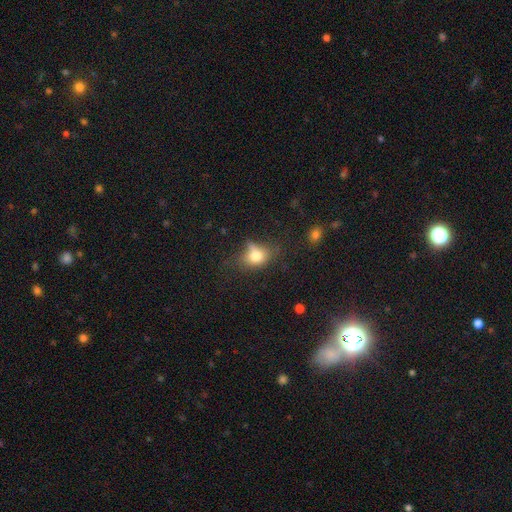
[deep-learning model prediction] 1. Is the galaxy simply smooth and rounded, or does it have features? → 74% smooth, 14% featured or disk, 12% star or artifact.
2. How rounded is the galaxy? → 61% in between, 37% round, 2% cigar-shaped.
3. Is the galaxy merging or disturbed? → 45% none, 30% minor disturbance, 19% major disturbance, 6% merger.